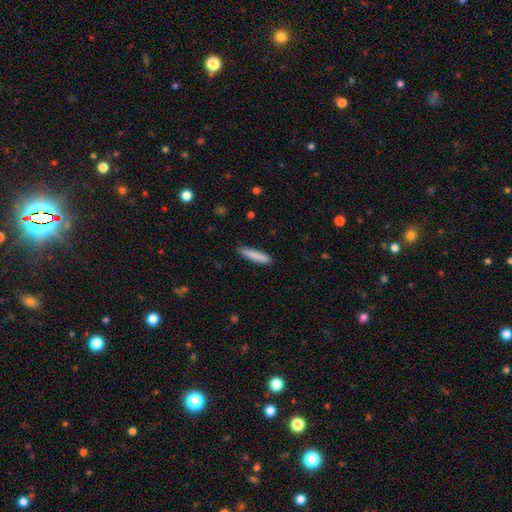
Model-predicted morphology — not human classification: Smooth or featured? Predicted: smooth (p=0.85). How rounded? Predicted: cigar-shaped (p=0.87). Merging? Predicted: none (p=0.87).